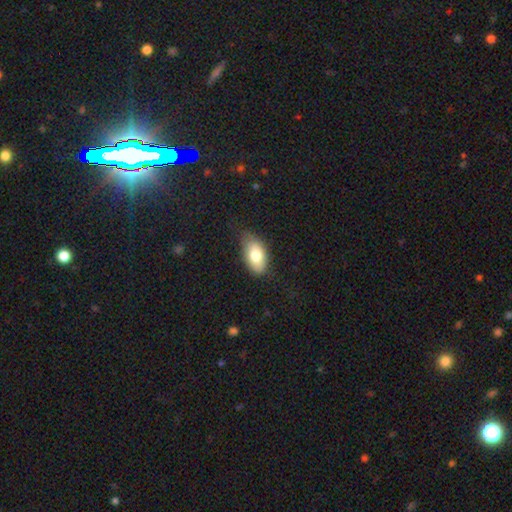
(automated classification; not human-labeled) smooth 76%, featured or disk 17%, star or artifact 7%. Down the decision tree: how rounded — in between (92%); merging — none (69%).